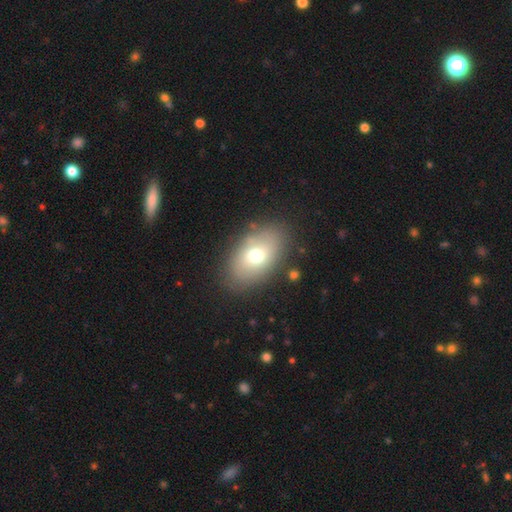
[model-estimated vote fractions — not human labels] Smooth or featured?
  - smooth: 68% *
  - featured or disk: 22%
  - star or artifact: 10%
How rounded?
  - in between: 87% *
  - round: 12%
  - cigar-shaped: 2%
Merging?
  - none: 82% *
  - minor disturbance: 12%
  - major disturbance: 4%
  - merger: 2%